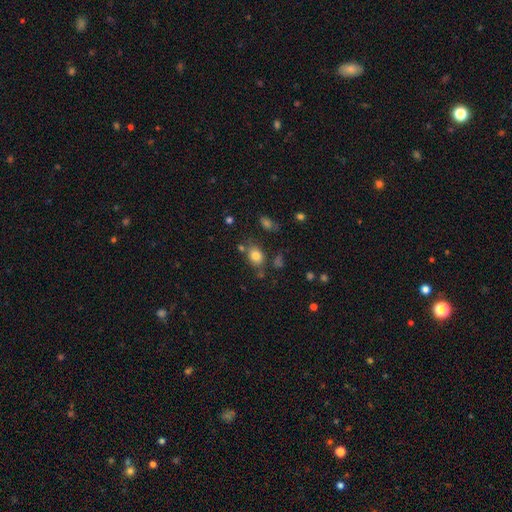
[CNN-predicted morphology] The model was most divided on "how rounded": in between: 67%, round: 32%, cigar-shaped: 1%. More confident: smooth or featured — smooth (80%); merging — none (68%).